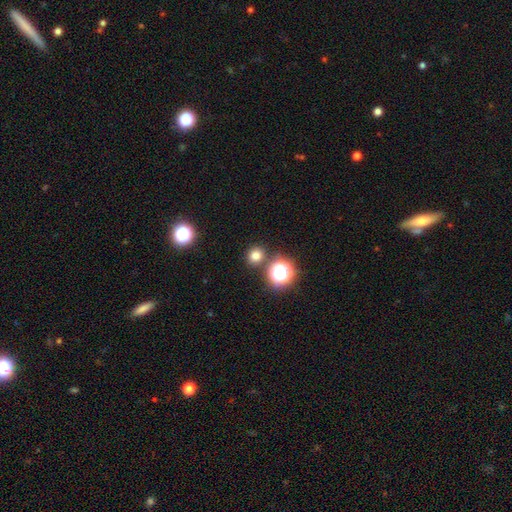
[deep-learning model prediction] Morphology: type=smooth (75%); roundness=round (86%); merging=none (84%).